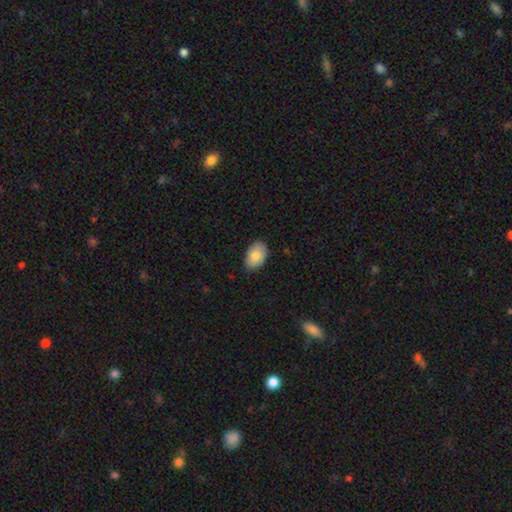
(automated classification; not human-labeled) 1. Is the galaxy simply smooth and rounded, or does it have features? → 85% smooth, 8% featured or disk, 6% star or artifact.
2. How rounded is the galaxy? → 91% in between, 8% round, 1% cigar-shaped.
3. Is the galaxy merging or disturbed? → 83% none, 14% minor disturbance, 2% major disturbance, 1% merger.